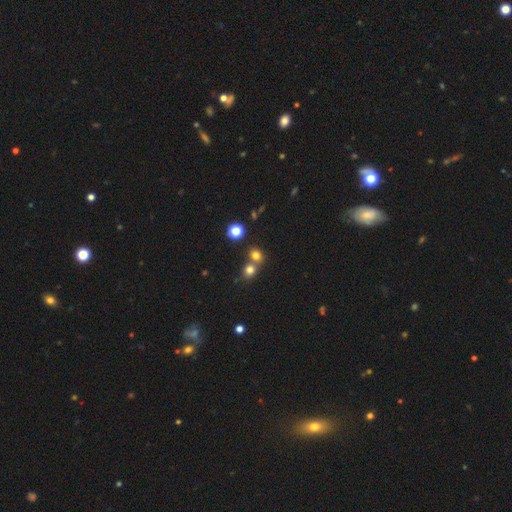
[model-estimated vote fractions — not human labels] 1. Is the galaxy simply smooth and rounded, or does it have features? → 74% smooth, 18% star or artifact, 8% featured or disk.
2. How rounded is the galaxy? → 77% round, 22% in between, 1% cigar-shaped.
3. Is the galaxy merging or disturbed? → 51% none, 39% merger, 7% minor disturbance, 3% major disturbance.